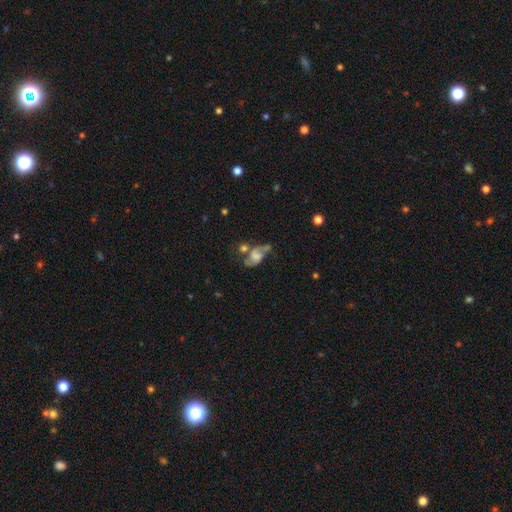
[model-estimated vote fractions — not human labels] The model was most divided on "bulge size": none: 32%, moderate: 26%, small: 24%, large: 16%, dominant: 3%. Remaining: edge-on disk — no (96%); spiral arm count — 2 (86%); spiral arms — yes (85%); smooth or featured — featured or disk (65%); bar — no (58%); spiral winding — loose (57%); merging — none (35%).